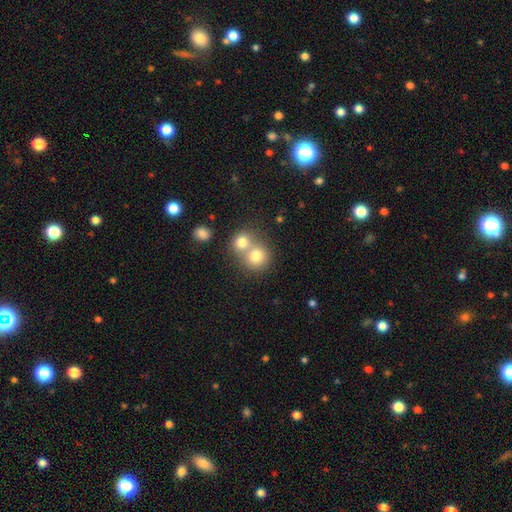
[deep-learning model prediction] Smooth or featured?
  - smooth: 77% *
  - featured or disk: 12%
  - star or artifact: 11%
How rounded?
  - round: 85% *
  - in between: 14%
  - cigar-shaped: 1%
Merging?
  - merger: 54% *
  - none: 38%
  - minor disturbance: 5%
  - major disturbance: 2%